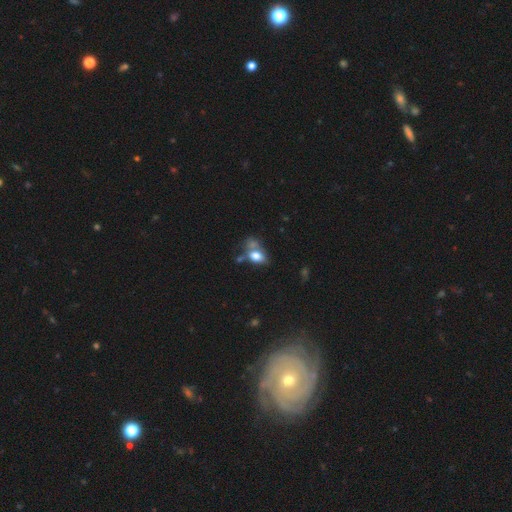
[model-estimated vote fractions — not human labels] Morphology: type=smooth (70%); roundness=in between (81%); merging=merger (36%).